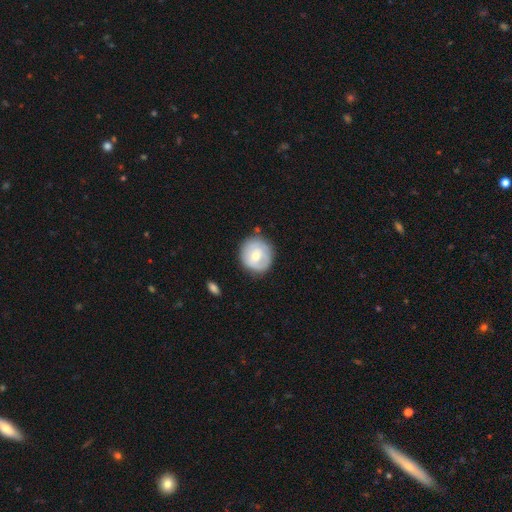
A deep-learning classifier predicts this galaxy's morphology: This appears to be a smooth galaxy with no disk features (55%) that is round (88%). Merging: none (76%).